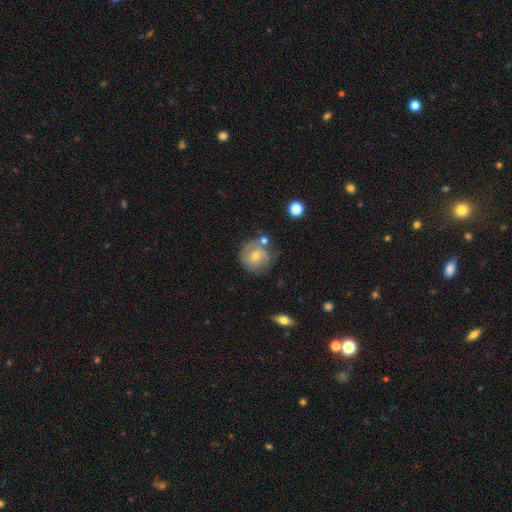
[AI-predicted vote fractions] smooth-or-featured: featured or disk: 65% | smooth: 27% | star or artifact: 9%
  disk-edge-on: no: 97% | yes: 3%
    bar: no: 61% | weak: 33% | strong: 6%
    has-spiral-arms: yes: 83% | no: 17%
      spiral-winding: tight: 58% | medium: 31% | loose: 10%
      spiral-arm-count: 2: 45% | can't tell: 32% | 3: 10% | 1: 8% | 4: 3% | more than 4: 2%
    bulge-size: small: 51% | moderate: 45% | none: 2% | large: 2% | dominant: 1%
  merging: none: 61% | minor disturbance: 20% | merger: 10% | major disturbance: 8%